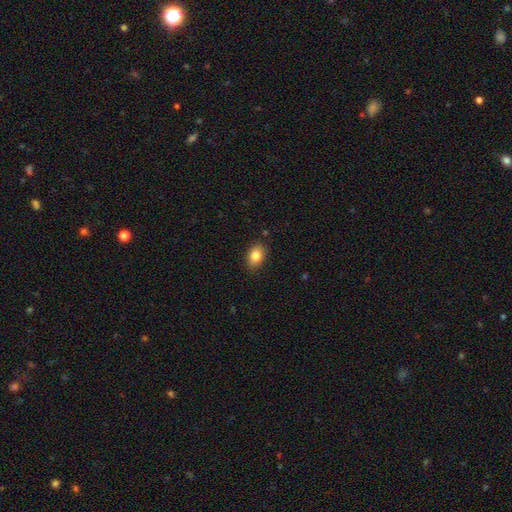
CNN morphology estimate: smooth-or-featured: smooth: 84% | star or artifact: 8% | featured or disk: 8%
  how-rounded: in between: 81% | round: 18% | cigar-shaped: 1%
  merging: none: 86% | minor disturbance: 10% | major disturbance: 2% | merger: 1%